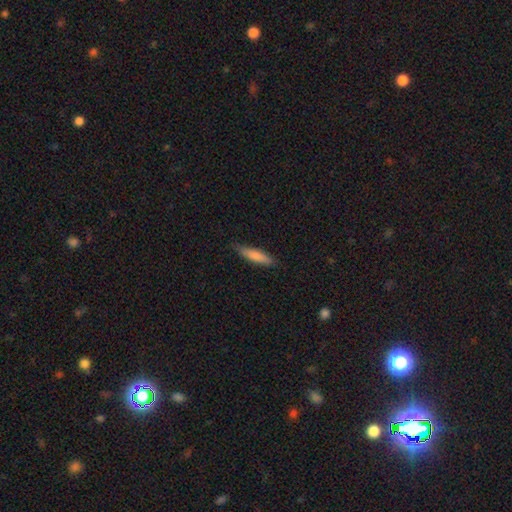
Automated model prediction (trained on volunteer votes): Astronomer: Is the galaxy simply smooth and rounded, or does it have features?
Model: smooth — 79%.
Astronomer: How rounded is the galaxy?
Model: cigar-shaped — 79%.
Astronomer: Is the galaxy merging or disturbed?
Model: none — 83%.